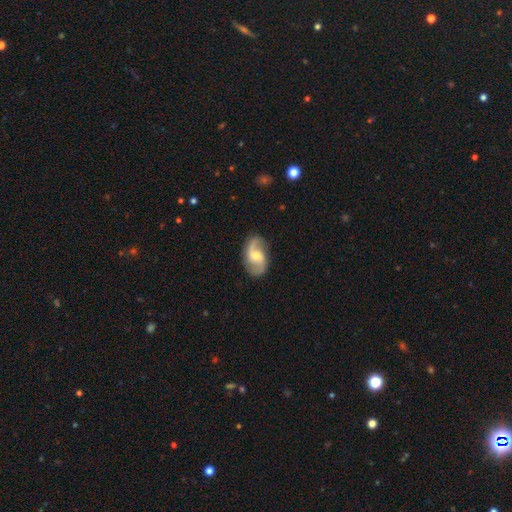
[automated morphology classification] featured or disk 83%, smooth 12%, star or artifact 5%. Down the decision tree: edge-on disk — no (97%); bar — weak (48%); spiral arms — yes (96%); spiral arm count — 2 (92%); spiral winding — loose (58%); bulge size — moderate (55%); merging — none (82%).